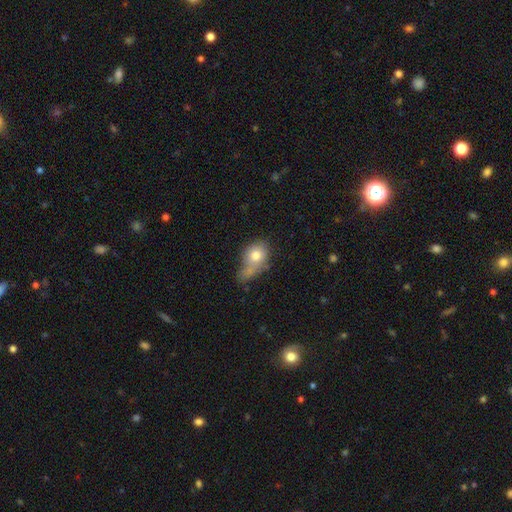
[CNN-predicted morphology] The model was most divided on "merging": merger: 35%, none: 26%, minor disturbance: 22%, major disturbance: 17%. More confident: smooth or featured — smooth (75%); how rounded — in between (56%).